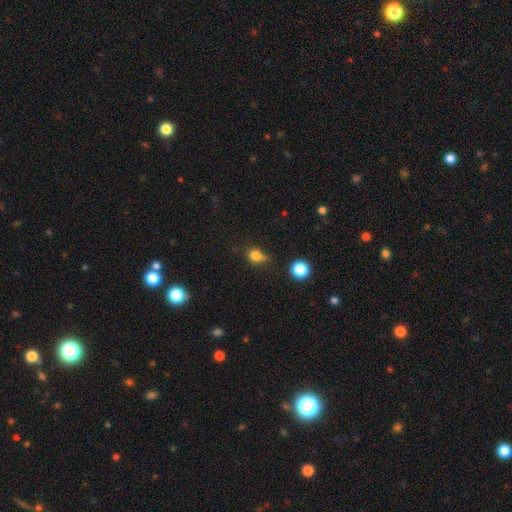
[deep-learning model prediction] Smooth or featured? Predicted: smooth (p=0.78). How rounded? Predicted: round (p=0.64). Merging? Predicted: none (p=0.50).